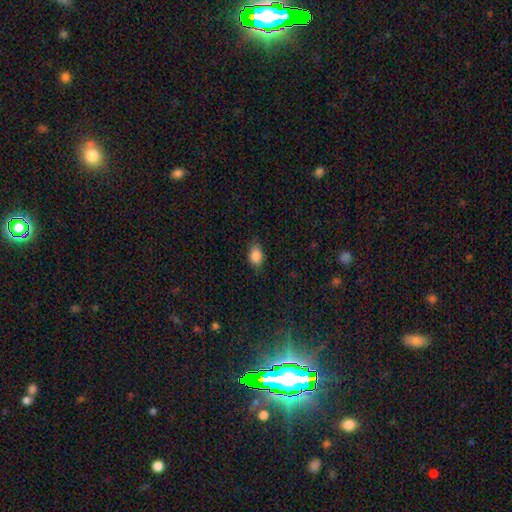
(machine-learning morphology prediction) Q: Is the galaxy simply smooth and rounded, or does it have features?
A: smooth — 87%.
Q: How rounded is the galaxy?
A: in between — 75%.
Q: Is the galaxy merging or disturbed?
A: none — 72%.